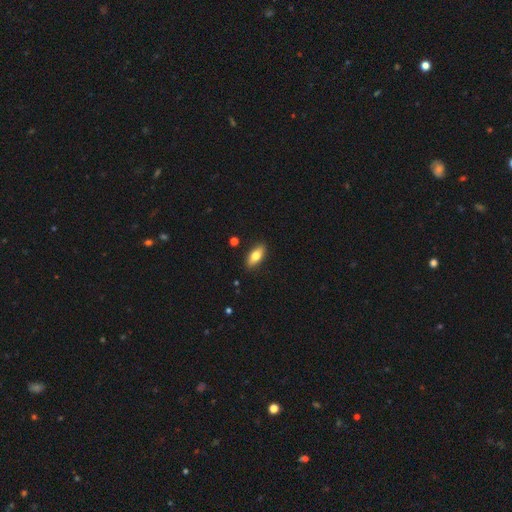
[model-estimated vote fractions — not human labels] smooth-or-featured: smooth: 75% | featured or disk: 18% | star or artifact: 7%
  how-rounded: in between: 81% | cigar-shaped: 16% | round: 3%
  merging: none: 88% | minor disturbance: 9% | major disturbance: 2% | merger: 1%